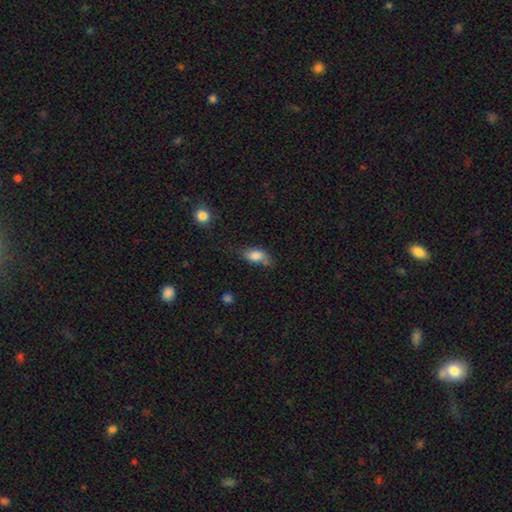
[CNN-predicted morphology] This is clearly a smooth galaxy (81%). How rounded: clearly in between (87%). Merging: possibly none (49%).